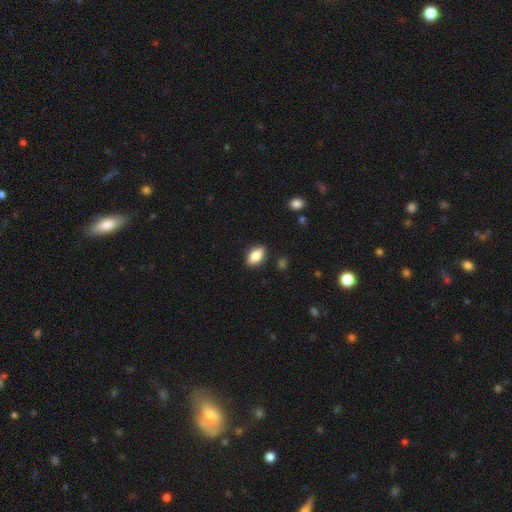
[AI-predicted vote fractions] A smooth galaxy with no disk features (81%) that is in between round and cigar-shaped (86%). Merging: none (86%).